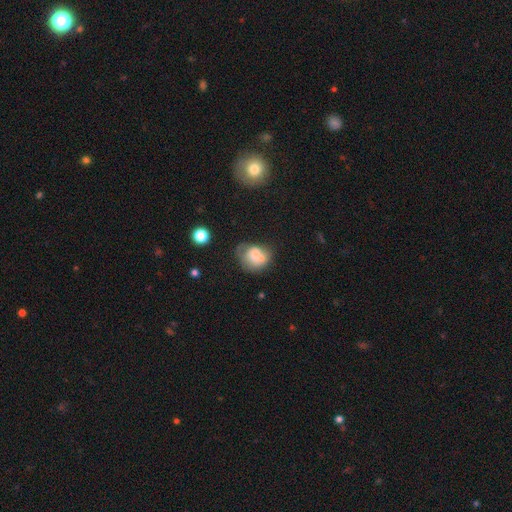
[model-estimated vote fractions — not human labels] This is likely a smooth galaxy (66%). How rounded: likely round (61%). Merging: marginally merger (39%).